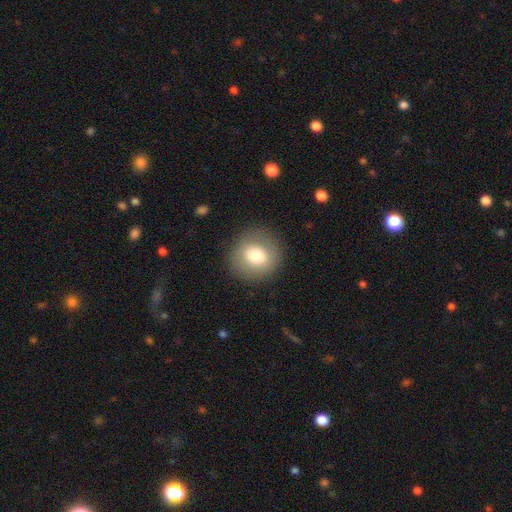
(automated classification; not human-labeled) smooth_or_featured: smooth (p=0.75) [alt: featured or disk p=0.16]
how_rounded: round (p=0.87) [alt: in between p=0.12]
merging: none (p=0.87) [alt: minor disturbance p=0.08]